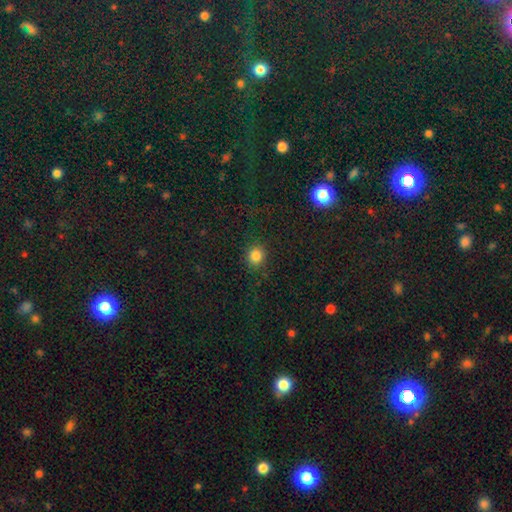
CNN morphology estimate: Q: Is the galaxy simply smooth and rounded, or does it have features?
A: smooth — 84%.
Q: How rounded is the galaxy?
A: round — 86%.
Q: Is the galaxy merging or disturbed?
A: none — 88%.